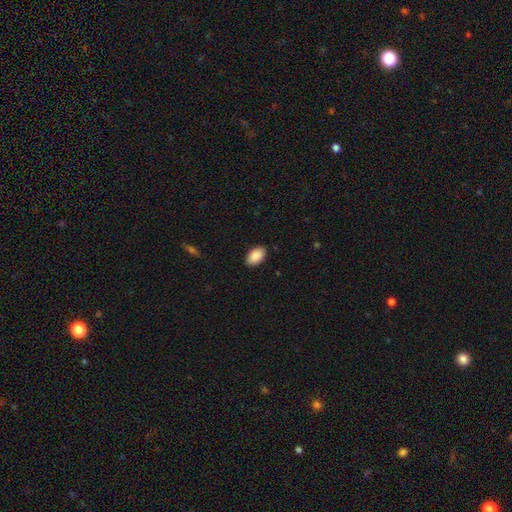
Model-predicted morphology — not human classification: A smooth galaxy with no disk features (90%) that is in between round and cigar-shaped (93%).

Vote fractions:
- Smooth or featured? smooth: 90% / star or artifact: 6% / featured or disk: 3%
- How rounded? in between: 93% / round: 6% / cigar-shaped: 1%
- Merging? none: 88% / minor disturbance: 9% / major disturbance: 2% / merger: 1%